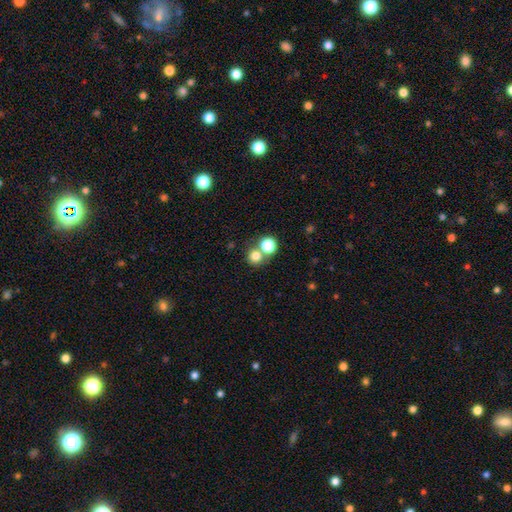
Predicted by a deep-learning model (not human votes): Morphology: type=smooth (76%); roundness=round (88%); merging=none (54%).